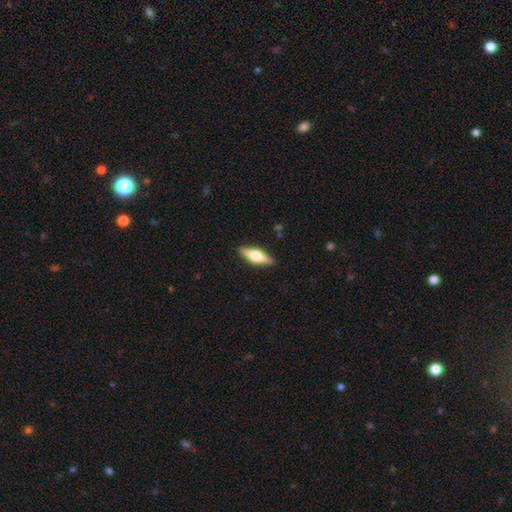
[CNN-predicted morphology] A featured or disk galaxy (56%) viewed edge-on (94%) with a rounded central bulge (95%). Merging: none (90%).